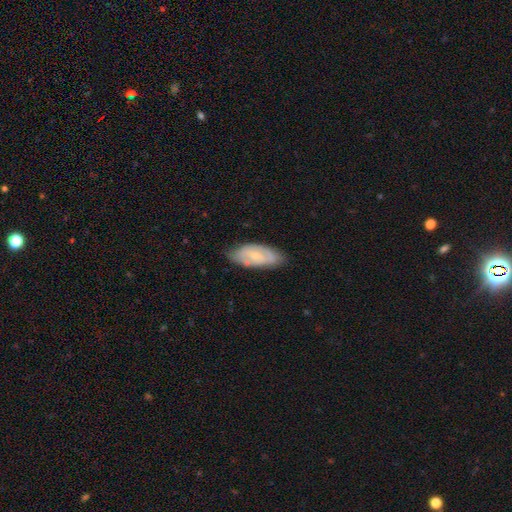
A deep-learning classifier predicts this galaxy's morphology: Smooth or featured? featured or disk (54%)
Edge-on disk? no (89%)
Merging? none (74%)